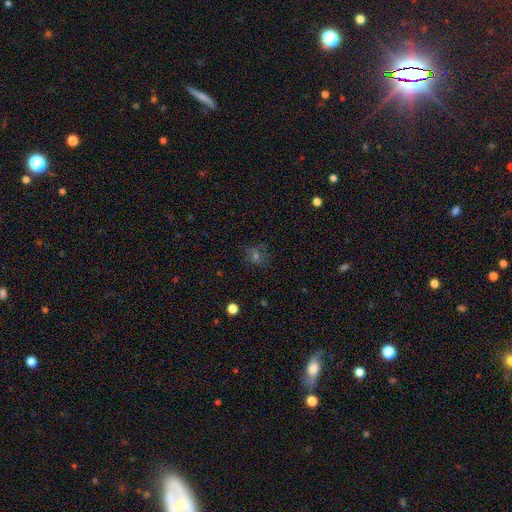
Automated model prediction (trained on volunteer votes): smooth 37% (tied), star or artifact 37% (tied), featured or disk 26%. Down the decision tree: merging — none (70%).